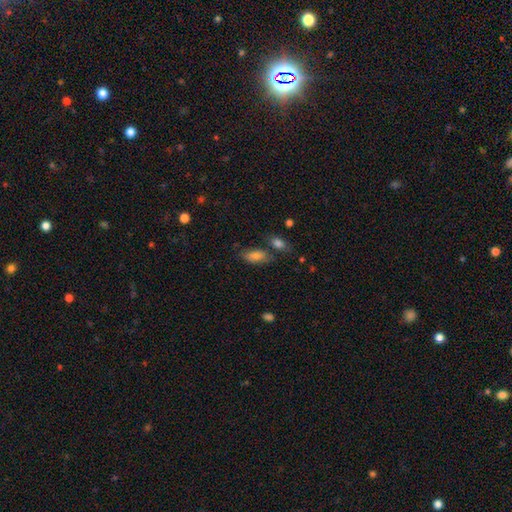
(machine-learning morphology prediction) type=smooth (73%); roundness=in between (85%); merging=none (59%).